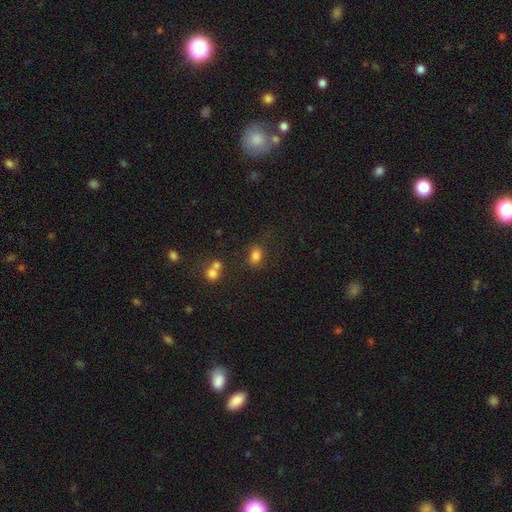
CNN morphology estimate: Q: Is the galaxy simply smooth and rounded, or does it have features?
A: smooth — 81%.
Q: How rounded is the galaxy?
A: in between — 75%.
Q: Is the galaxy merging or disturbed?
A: none — 65%.